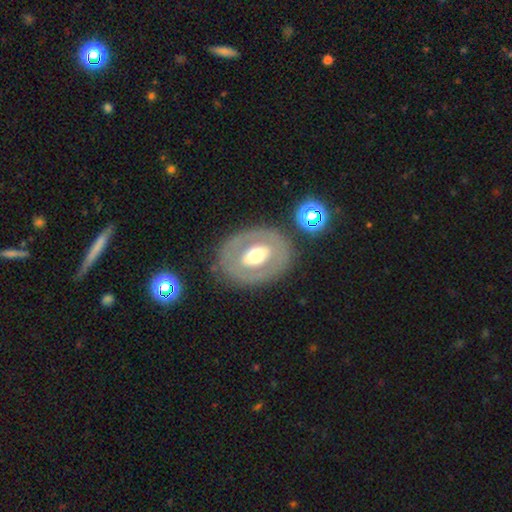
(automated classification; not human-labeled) A featured or disk galaxy (58%) with no bar (44%), no spiral arms (86%) and a moderate central bulge (58%). Merging: none (76%).